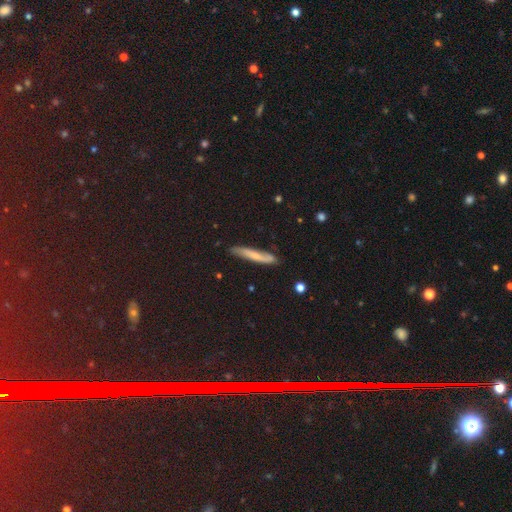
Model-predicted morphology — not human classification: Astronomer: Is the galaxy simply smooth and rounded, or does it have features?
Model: smooth — 53% (runner-up: featured or disk, 37%).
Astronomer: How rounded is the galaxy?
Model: cigar-shaped — 92%.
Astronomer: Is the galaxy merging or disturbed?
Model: none — 79%.